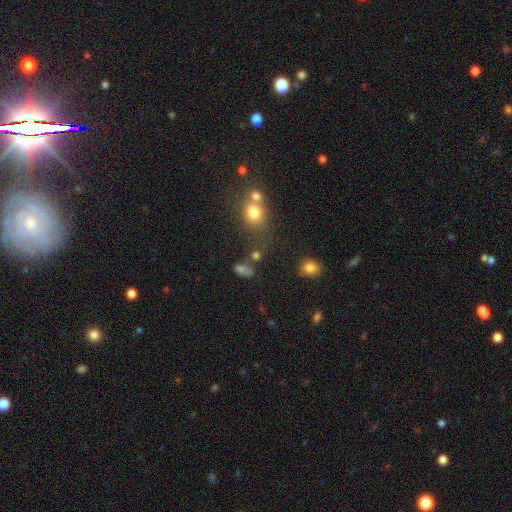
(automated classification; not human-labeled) smooth 63%, star or artifact 25%, featured or disk 12%. Down the decision tree: how rounded — round (54%); merging — none (49%).